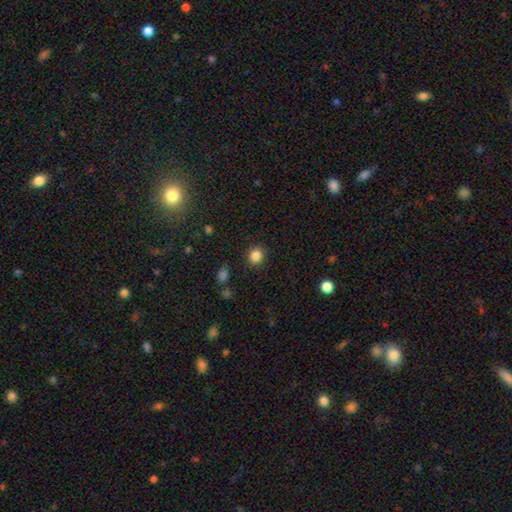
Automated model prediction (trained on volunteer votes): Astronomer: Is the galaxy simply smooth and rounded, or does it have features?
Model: smooth — 85%.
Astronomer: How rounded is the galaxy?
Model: round — 85%.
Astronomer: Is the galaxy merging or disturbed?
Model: none — 90%.